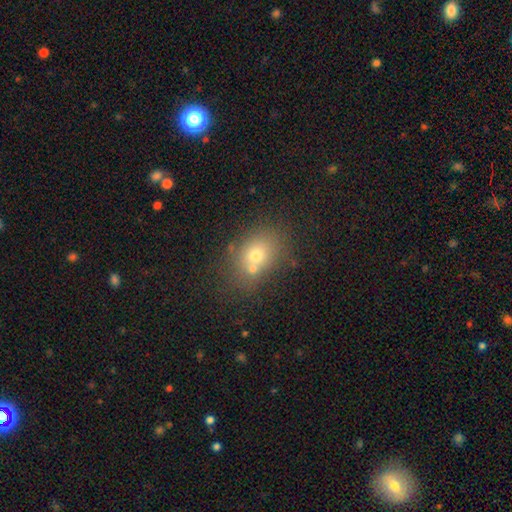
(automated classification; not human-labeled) smooth-or-featured: smooth: 66% | featured or disk: 19% | star or artifact: 15%
  how-rounded: in between: 55% | round: 44% | cigar-shaped: 1%
  merging: none: 52% | merger: 31% | minor disturbance: 12% | major disturbance: 5%